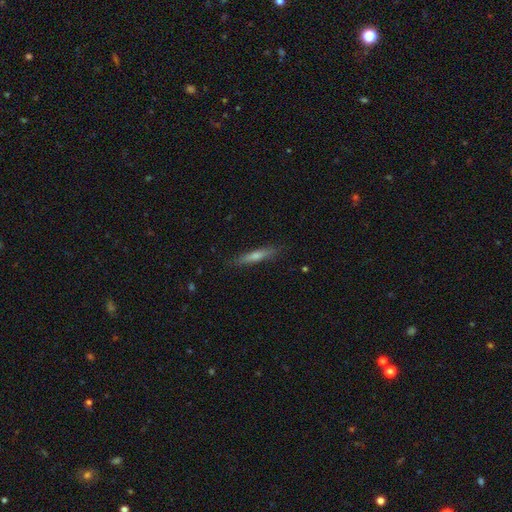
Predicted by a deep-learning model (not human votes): smooth-or-featured: smooth: 52% | featured or disk: 41% | star or artifact: 7%
  how-rounded: cigar-shaped: 91% | in between: 7% | round: 2%
  merging: none: 87% | minor disturbance: 10% | major disturbance: 2% | merger: 1%